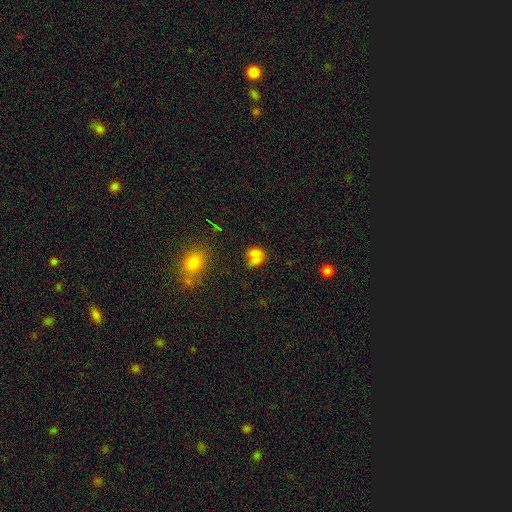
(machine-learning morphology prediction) Smooth or featured?
  - smooth: 72% *
  - star or artifact: 15%
  - featured or disk: 13%
How rounded?
  - round: 61% *
  - in between: 37%
  - cigar-shaped: 1%
Merging?
  - merger: 44% *
  - none: 36%
  - minor disturbance: 12%
  - major disturbance: 7%